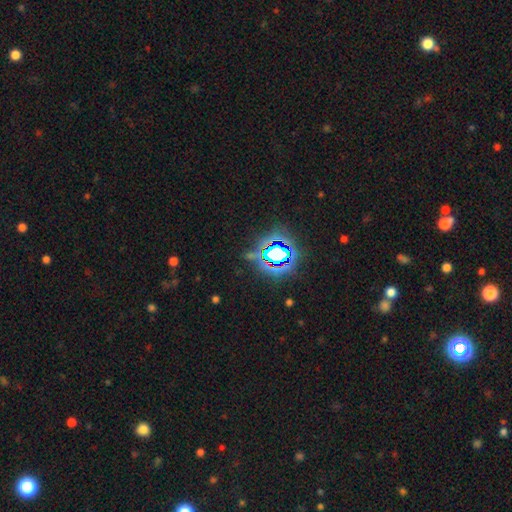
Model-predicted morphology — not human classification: This is likely a star or artifact rather than a galaxy (75%).